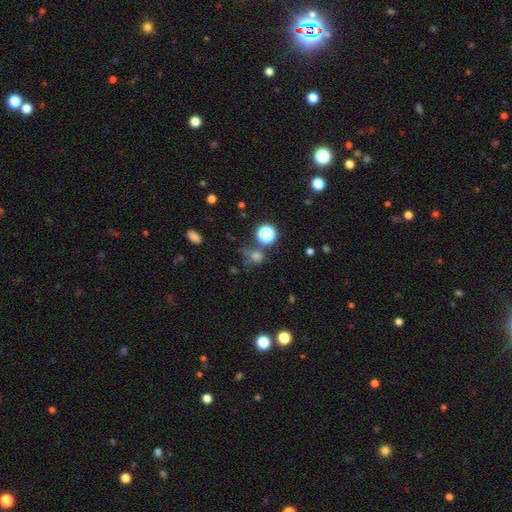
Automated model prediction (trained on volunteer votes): Q: Smooth or featured?
A: smooth (57%); runner-up: star or artifact (33%)
Q: How rounded?
A: round (76%); runner-up: in between (22%)
Q: Merging?
A: none (60%); runner-up: minor disturbance (17%)